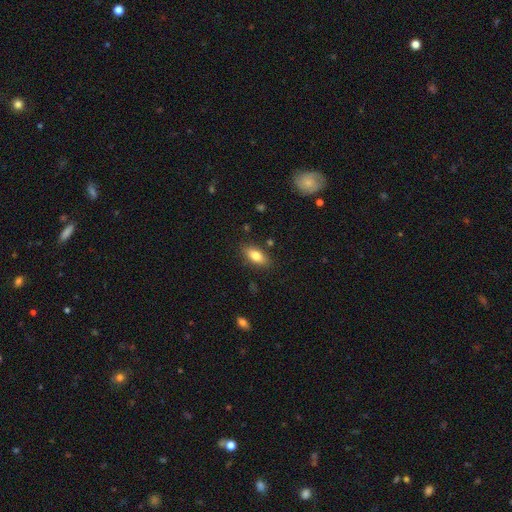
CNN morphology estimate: smooth 81%, featured or disk 11%, star or artifact 7%. Down the decision tree: how rounded — in between (87%); merging — none (85%).